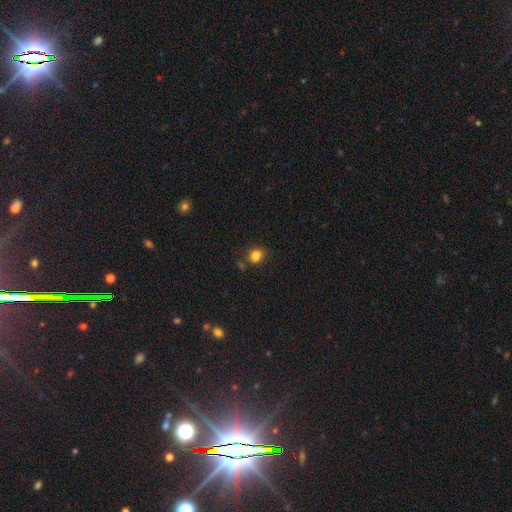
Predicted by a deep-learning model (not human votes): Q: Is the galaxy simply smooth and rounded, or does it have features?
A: smooth — 83%.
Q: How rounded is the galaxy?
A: round — 67%.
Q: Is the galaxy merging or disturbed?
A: none — 74%.